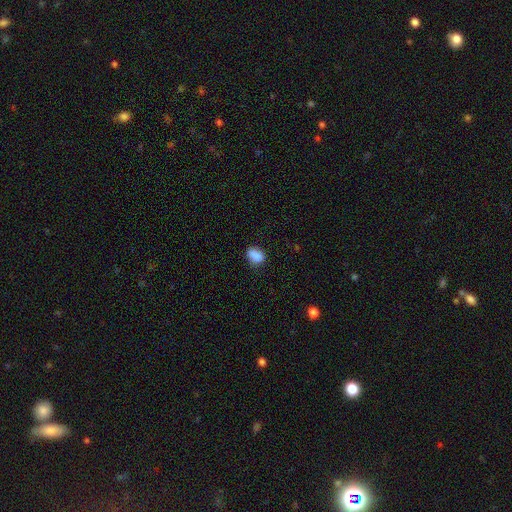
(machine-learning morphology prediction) Smooth or featured?
  - smooth: 86% *
  - star or artifact: 9%
  - featured or disk: 5%
How rounded?
  - in between: 76% *
  - round: 22%
  - cigar-shaped: 2%
Merging?
  - none: 69% *
  - minor disturbance: 24%
  - major disturbance: 5%
  - merger: 3%